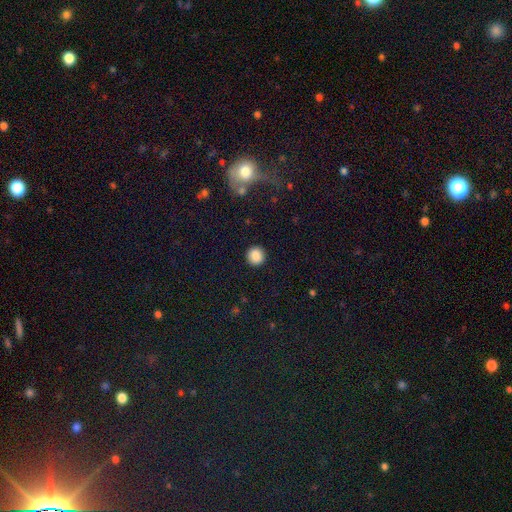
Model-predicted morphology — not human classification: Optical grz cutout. It shows a smooth galaxy with no disk features (87%) that is round (94%). Merging: none (92%).